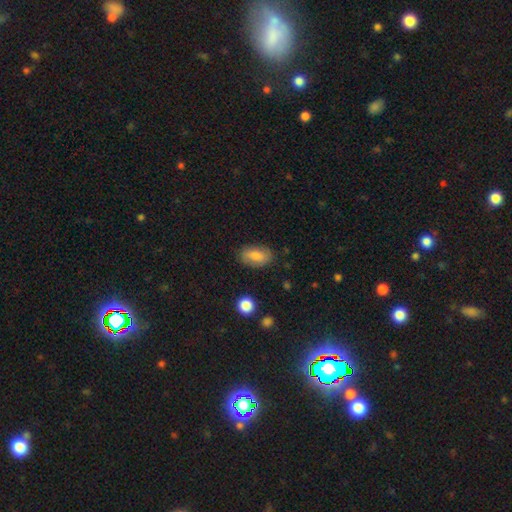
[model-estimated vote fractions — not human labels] This appears to be a smooth galaxy with no disk features (78%) that is in between round and cigar-shaped (90%). Merging: none (81%).